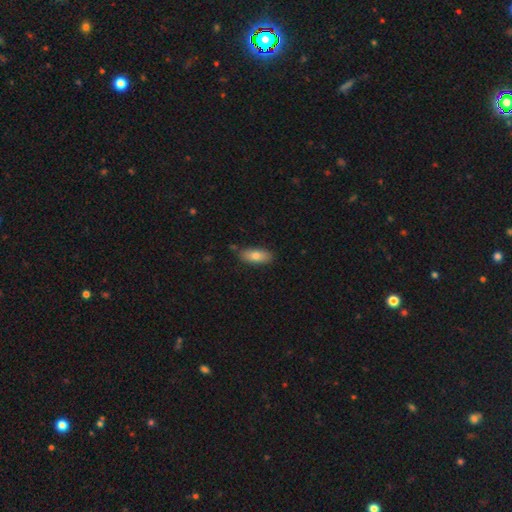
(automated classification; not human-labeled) This appears to be a smooth galaxy with no disk features (79%) that is in between round and cigar-shaped (80%). Merging: none (82%).